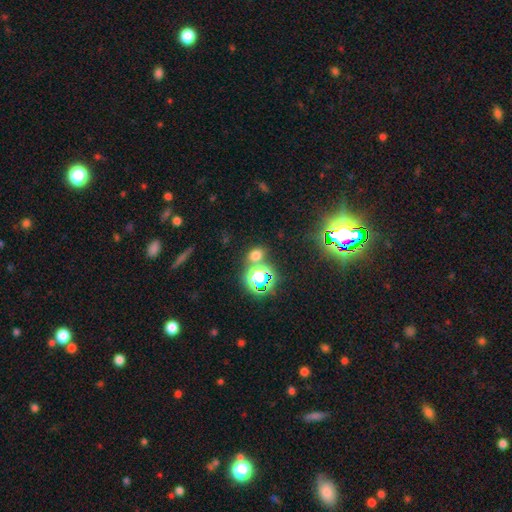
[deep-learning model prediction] Smooth or featured: smooth — 60% (star or artifact — 34%)
How rounded: round — 53% (in between — 45%)
Merging: none — 70% (merger — 17%)